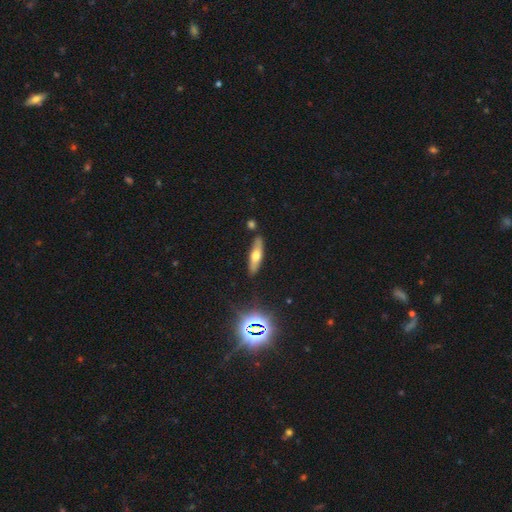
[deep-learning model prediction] smooth 51%, featured or disk 39%, star or artifact 10%. Down the decision tree: how rounded — cigar-shaped (66%); merging — none (82%).